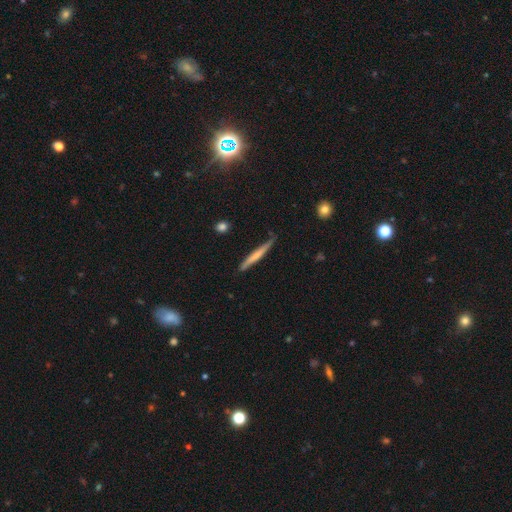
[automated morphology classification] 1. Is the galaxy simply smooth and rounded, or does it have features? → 56% smooth, 38% featured or disk, 5% star or artifact.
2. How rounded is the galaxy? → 96% cigar-shaped, 3% in between, 1% round.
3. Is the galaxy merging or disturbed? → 77% none, 18% minor disturbance, 3% major disturbance, 2% merger.